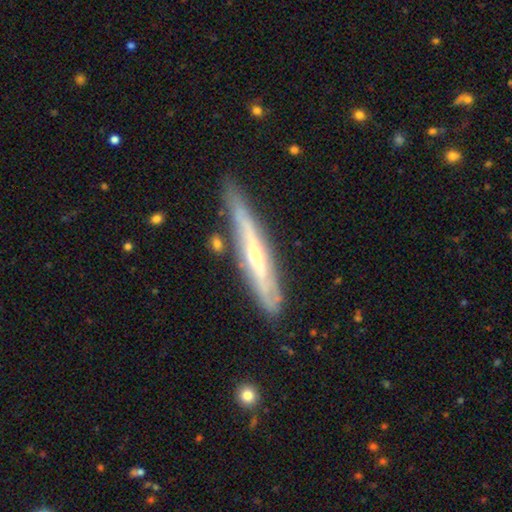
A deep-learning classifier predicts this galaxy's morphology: Overall: featured or disk (74%). Edge-on disk: yes (83%). Edge-on bulge: rounded (74%). Merging: none (77%).